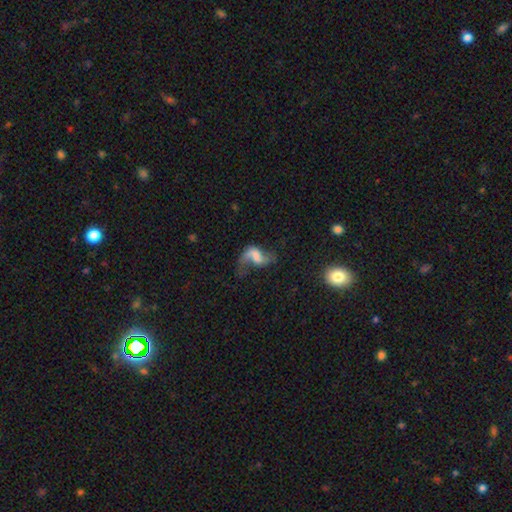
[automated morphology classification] A featured or disk galaxy (71%) with a weak bar (44%), 2 (76%) loose (84%) spiral arms (89%) and no central bulge (35%).

Vote fractions:
- Smooth or featured? featured or disk: 71% / smooth: 20% / star or artifact: 9%
- Edge-on disk? no: 97% / yes: 3%
- Bar? weak: 44% / no: 37% / strong: 19%
- Spiral arms? yes: 89% / no: 11%
- Spiral winding? loose: 84% / medium: 13% / tight: 3%
- Spiral arm count? 2: 76% / 1: 18% / can't tell: 3% / 3: 1% / 4: 1% / more than 4: 1%
- Bulge size? none: 35% / small: 24% / moderate: 24% / large: 14% / dominant: 3%
- Merging? none: 44% / major disturbance: 31% / minor disturbance: 19% / merger: 6%